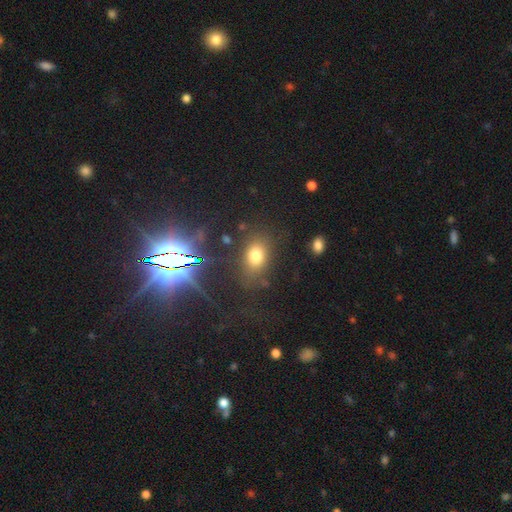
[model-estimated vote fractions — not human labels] Smooth or featured?
  - smooth: 71% *
  - star or artifact: 19%
  - featured or disk: 10%
How rounded?
  - in between: 69% *
  - round: 29%
  - cigar-shaped: 2%
Merging?
  - none: 73% *
  - minor disturbance: 15%
  - major disturbance: 8%
  - merger: 4%